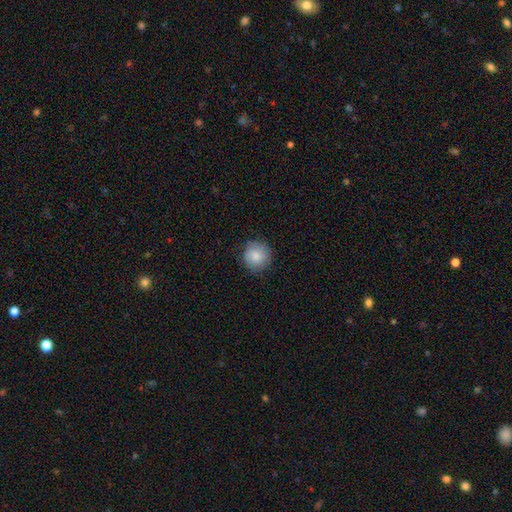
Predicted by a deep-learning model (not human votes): Q: Smooth or featured?
A: smooth (85%); runner-up: featured or disk (7%)
Q: How rounded?
A: round (93%); runner-up: in between (6%)
Q: Merging?
A: none (83%); runner-up: minor disturbance (13%)